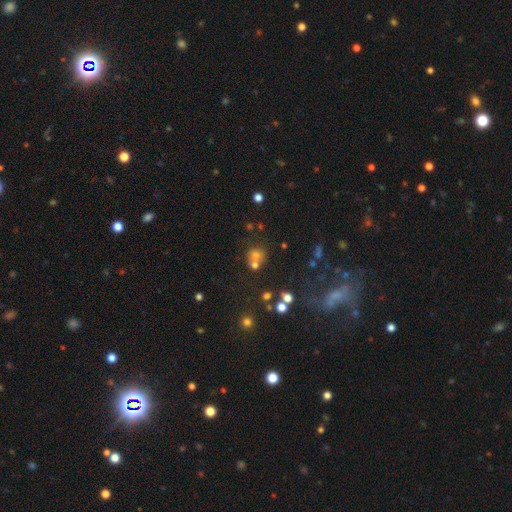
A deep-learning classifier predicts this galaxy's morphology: The model was most divided on "merging": none: 47%, merger: 38%, minor disturbance: 10%, major disturbance: 5%. More confident: how rounded — round (76%); smooth or featured — smooth (61%).